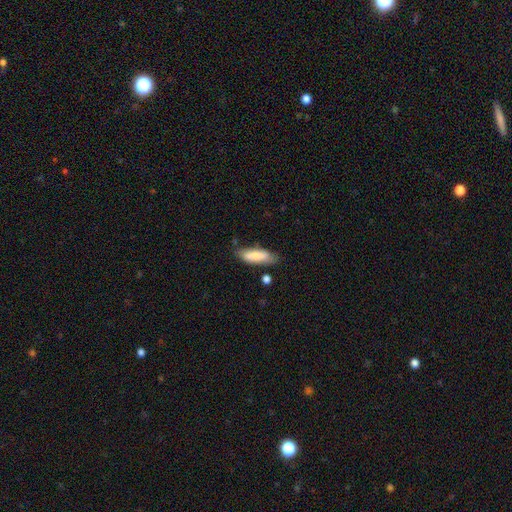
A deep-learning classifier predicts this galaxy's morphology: smooth_or_featured: smooth (p=0.80) [alt: featured or disk p=0.14]
how_rounded: in between (p=0.54) [alt: cigar-shaped p=0.45]
merging: none (p=0.72) [alt: minor disturbance p=0.20]